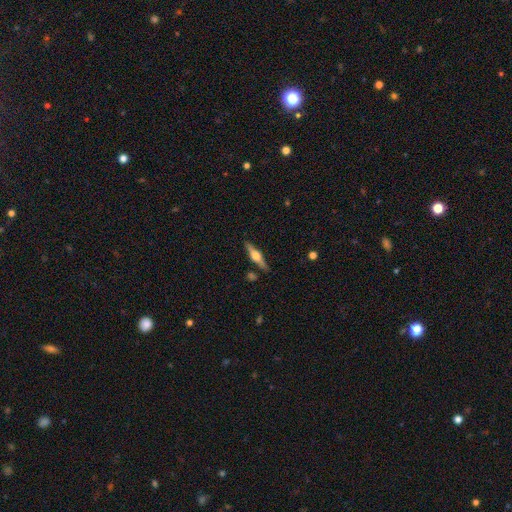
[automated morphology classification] featured or disk 75%, smooth 20%, star or artifact 5%. Down the decision tree: edge-on disk — yes (98%); edge-on bulge — rounded (94%); merging — none (87%).